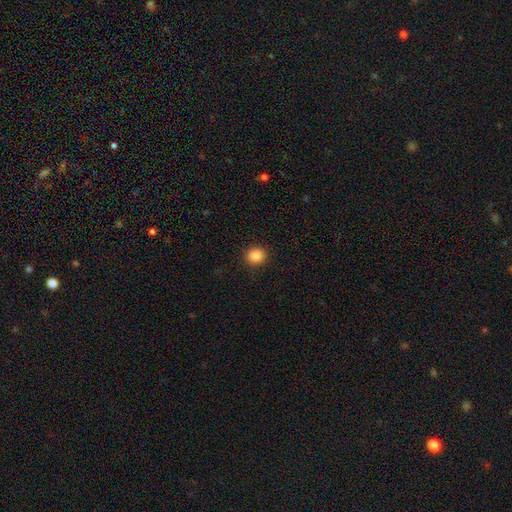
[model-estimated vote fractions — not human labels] A smooth galaxy with no disk features (86%) that is round (88%). Merging: none (91%).